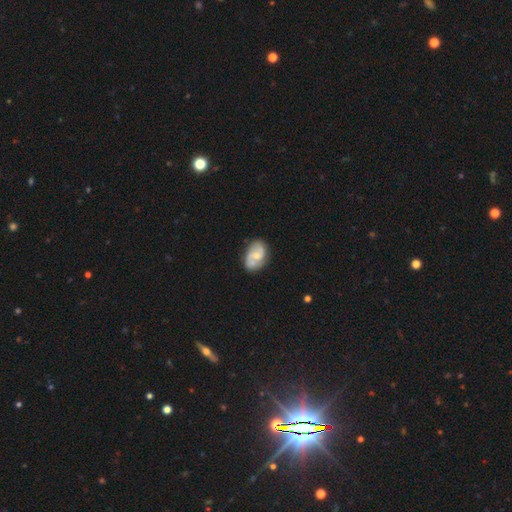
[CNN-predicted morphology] Smooth or featured?
  - featured or disk: 61% *
  - smooth: 33%
  - star or artifact: 6%
Edge-on disk?
  - no: 97% *
  - yes: 3%
Bar?
  - no: 55% *
  - weak: 38%
  - strong: 6%
Spiral arms?
  - yes: 84% *
  - no: 16%
Bulge size?
  - moderate: 46% *
  - small: 44%
  - none: 6%
  - large: 3%
  - dominant: 1%
Merging?
  - none: 68% *
  - minor disturbance: 21%
  - merger: 6%
  - major disturbance: 6%